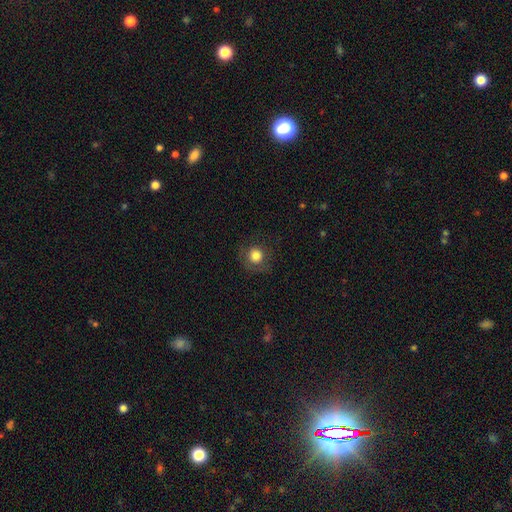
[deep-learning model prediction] smooth_or_featured: smooth (p=0.80) [alt: star or artifact p=0.10]
how_rounded: round (p=0.92) [alt: in between p=0.07]
merging: none (p=0.78) [alt: minor disturbance p=0.13]